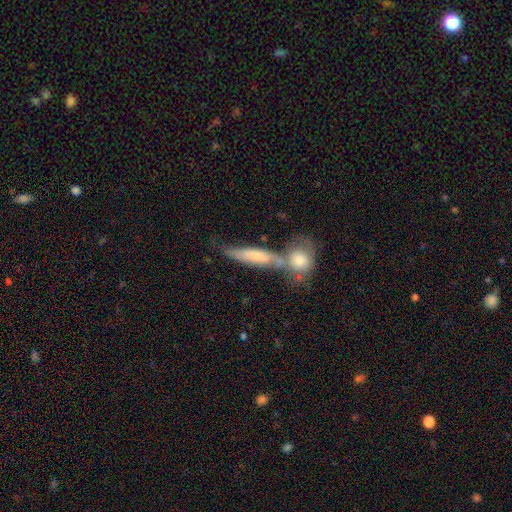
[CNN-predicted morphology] smooth-or-featured: smooth: 55% | featured or disk: 39% | star or artifact: 6%
  how-rounded: cigar-shaped: 66% | in between: 29% | round: 6%
  merging: merger: 46% | none: 32% | minor disturbance: 14% | major disturbance: 8%